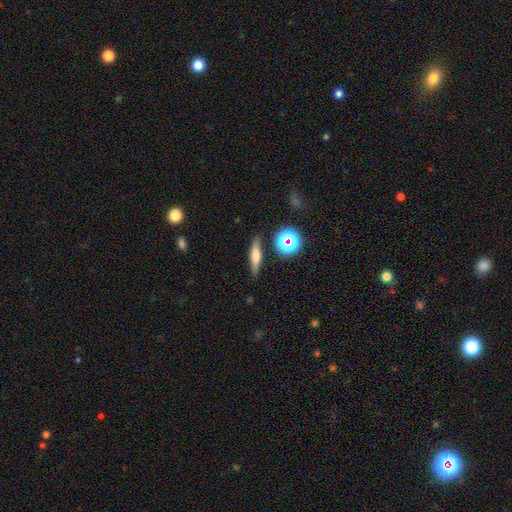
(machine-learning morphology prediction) A smooth galaxy with no disk features (57%) that is cigar-shaped (70%).

Vote fractions:
- Smooth or featured? smooth: 57% / featured or disk: 32% / star or artifact: 11%
- How rounded? cigar-shaped: 70% / in between: 21% / round: 9%
- Merging? none: 85% / minor disturbance: 9% / merger: 3% / major disturbance: 3%